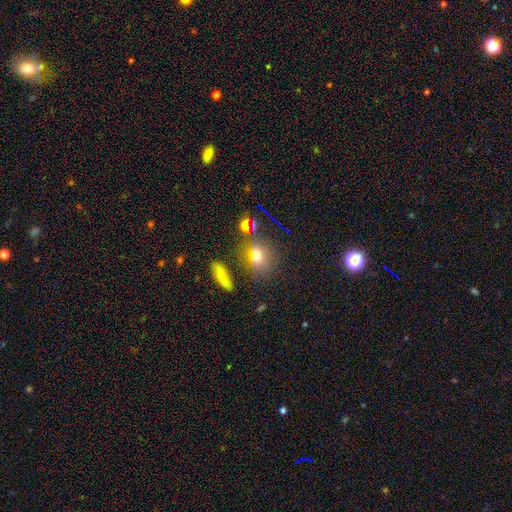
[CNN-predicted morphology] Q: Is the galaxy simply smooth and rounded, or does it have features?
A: smooth — 64%.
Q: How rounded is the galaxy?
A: round — 58%.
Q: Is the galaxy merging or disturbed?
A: none — 72%.